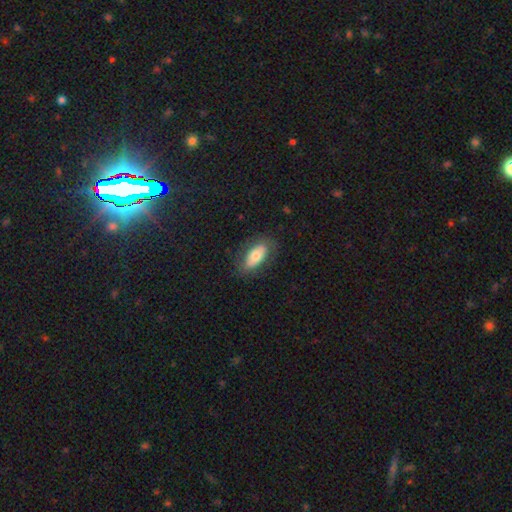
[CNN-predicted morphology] Smooth or featured?
  - smooth: 68% *
  - featured or disk: 26%
  - star or artifact: 7%
How rounded?
  - in between: 89% *
  - cigar-shaped: 7%
  - round: 4%
Merging?
  - none: 76% *
  - minor disturbance: 16%
  - major disturbance: 7%
  - merger: 1%